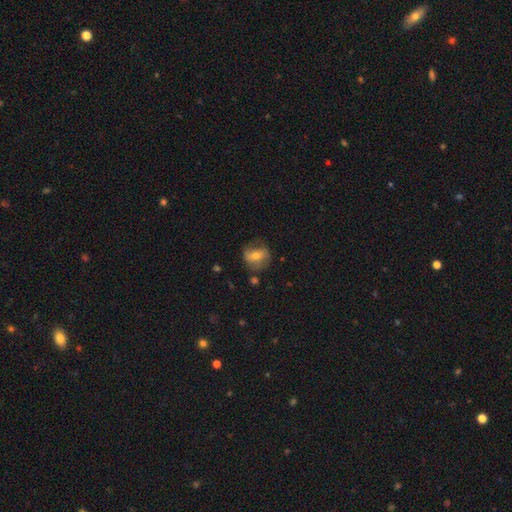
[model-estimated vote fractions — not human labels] Overall: smooth (47%; featured or disk 45%). Merging: none (67%).